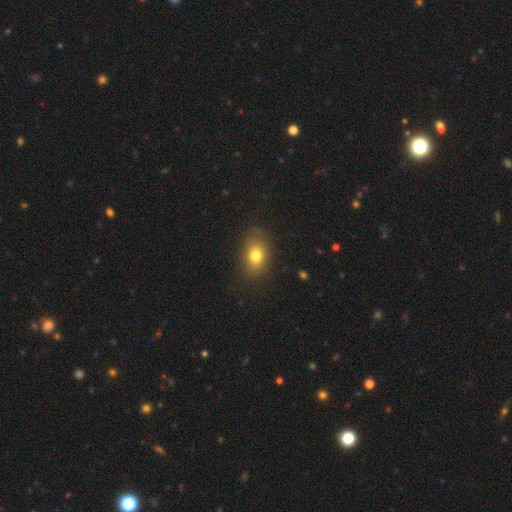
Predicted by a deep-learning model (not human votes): Smooth or featured: smooth — 79% (star or artifact — 11%)
How rounded: in between — 74% (round — 25%)
Merging: none — 81% (minor disturbance — 14%)